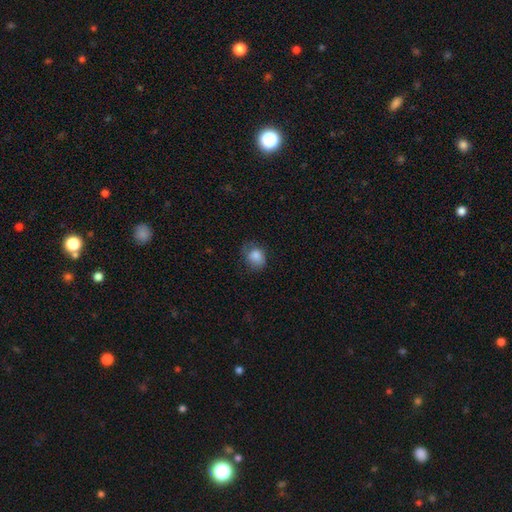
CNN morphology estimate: type=smooth (83%); roundness=round (57%); merging=none (60%).